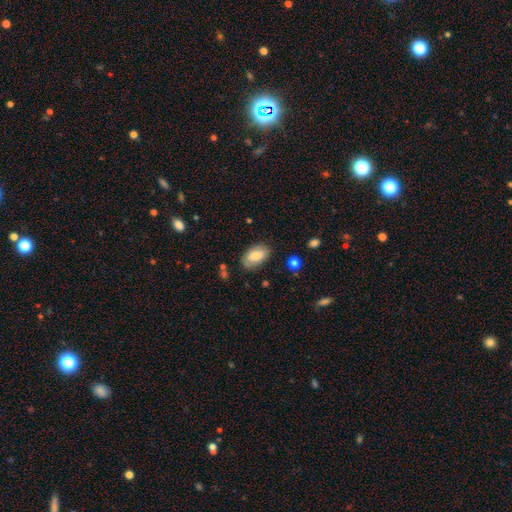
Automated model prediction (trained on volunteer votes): Smooth or featured?
  - smooth: 73% *
  - featured or disk: 19%
  - star or artifact: 7%
How rounded?
  - in between: 92% *
  - round: 6%
  - cigar-shaped: 2%
Merging?
  - none: 76% *
  - minor disturbance: 17%
  - major disturbance: 4%
  - merger: 2%